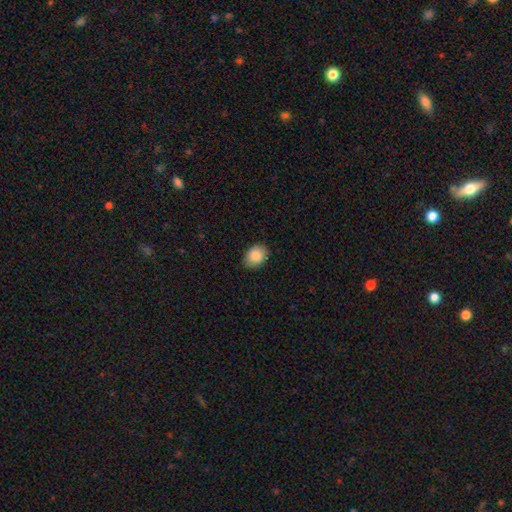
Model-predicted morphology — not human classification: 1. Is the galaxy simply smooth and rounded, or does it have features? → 88% smooth, 7% star or artifact, 5% featured or disk.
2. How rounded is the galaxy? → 69% in between, 30% round, 1% cigar-shaped.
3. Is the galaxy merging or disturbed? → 85% none, 11% minor disturbance, 2% major disturbance, 1% merger.